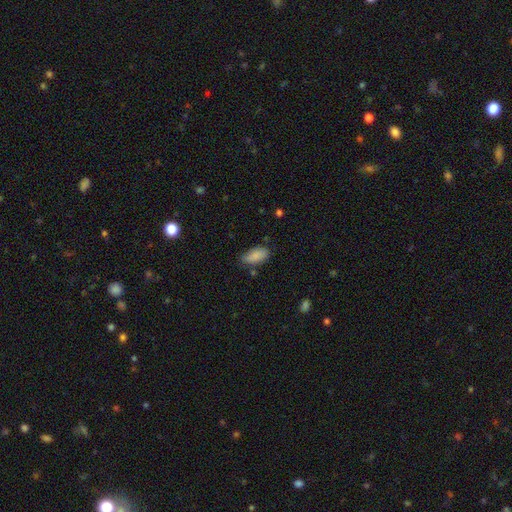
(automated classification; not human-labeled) Smooth or featured? Predicted: smooth (p=0.87). How rounded? Predicted: in between (p=0.90). Merging? Predicted: none (p=0.71).